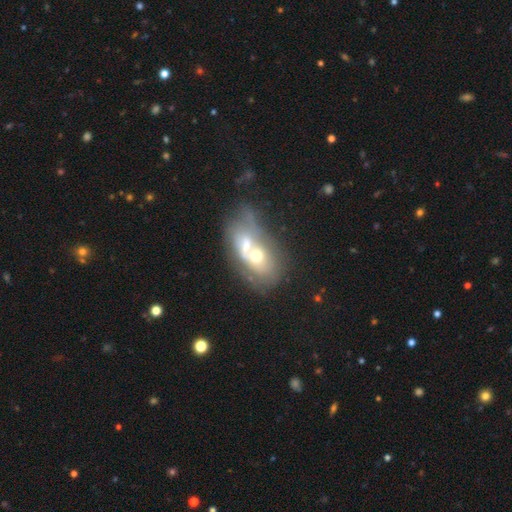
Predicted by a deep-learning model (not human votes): Q: Smooth or featured?
A: featured or disk (50%); runner-up: smooth (41%)
Q: Merging?
A: merger (70%); runner-up: none (13%)